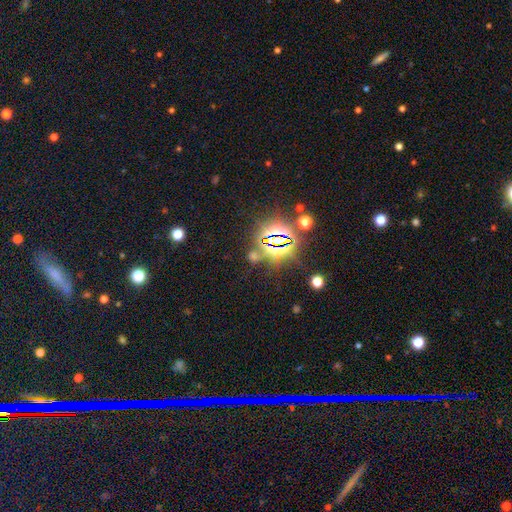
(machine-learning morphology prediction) Q: Smooth or featured?
A: star or artifact (80%); runner-up: smooth (13%)